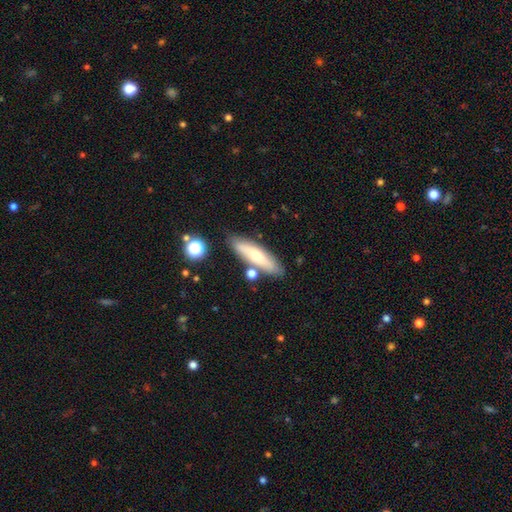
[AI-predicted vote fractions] A smooth galaxy with no disk features (61%) that is cigar-shaped (69%). Merging: none (77%).